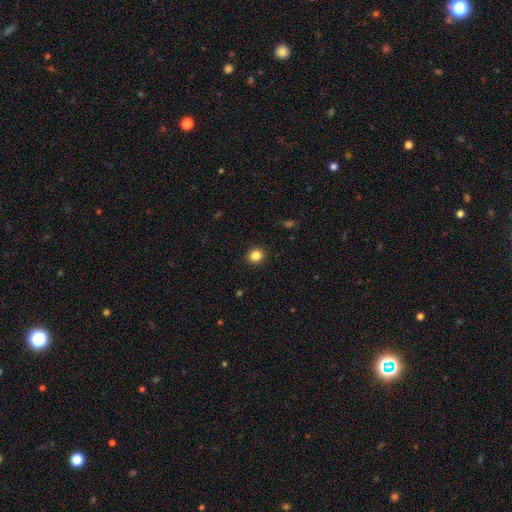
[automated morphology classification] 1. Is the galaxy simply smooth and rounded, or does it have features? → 85% smooth, 11% star or artifact, 4% featured or disk.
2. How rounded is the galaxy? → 84% round, 15% in between, 1% cigar-shaped.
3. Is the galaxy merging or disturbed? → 91% none, 6% minor disturbance, 2% major disturbance, 1% merger.